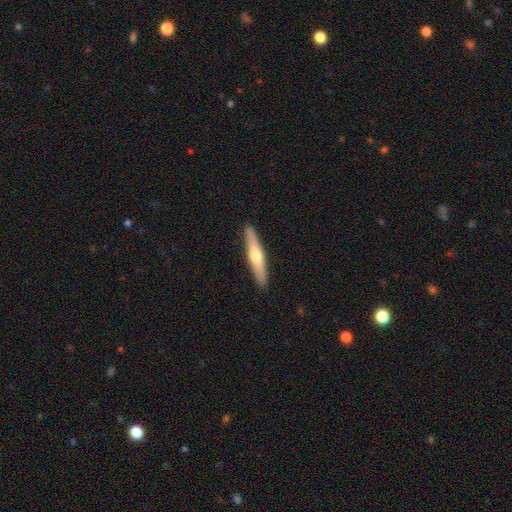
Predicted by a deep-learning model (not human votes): smooth-or-featured: featured or disk: 48% | smooth: 47% | star or artifact: 5%
  merging: none: 91% | minor disturbance: 7% | major disturbance: 1% | merger: 1%